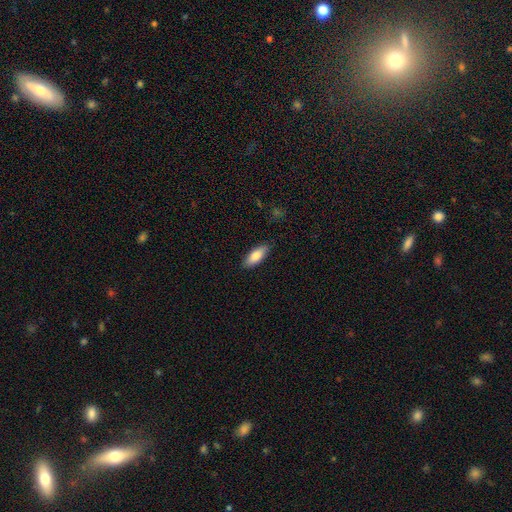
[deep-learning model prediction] Morphology: type=smooth (84%); roundness=in between (76%); merging=none (87%).